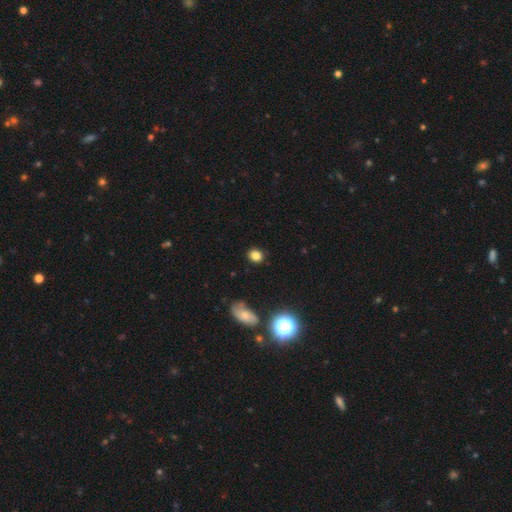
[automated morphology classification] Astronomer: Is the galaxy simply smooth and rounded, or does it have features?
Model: smooth — 81%.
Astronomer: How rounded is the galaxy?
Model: round — 67%.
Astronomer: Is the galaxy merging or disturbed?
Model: none — 86%.